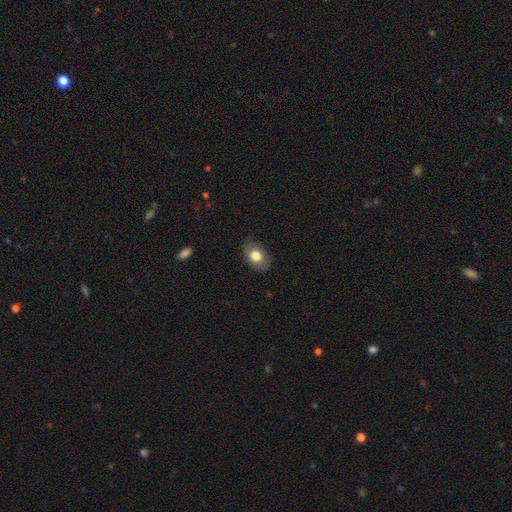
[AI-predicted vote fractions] Smooth or featured: smooth — 77% (featured or disk — 16%)
How rounded: in between — 80% (round — 18%)
Merging: none — 78% (minor disturbance — 17%)